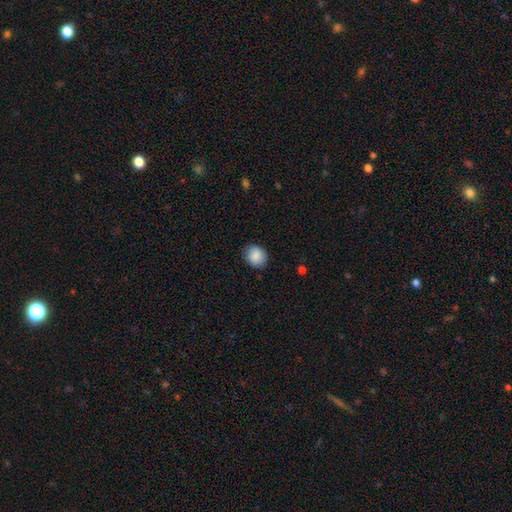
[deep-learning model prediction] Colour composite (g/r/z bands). It shows a smooth galaxy with no disk features (88%) that is round (73%). Merging: none (85%).